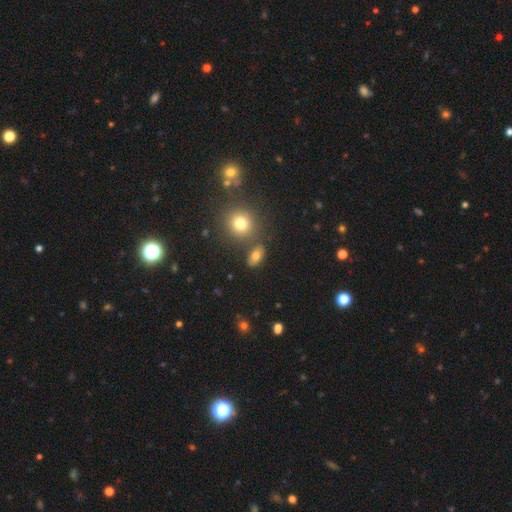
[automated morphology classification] smooth-or-featured: smooth: 74% | star or artifact: 14% | featured or disk: 12%
  how-rounded: in between: 77% | round: 18% | cigar-shaped: 5%
  merging: none: 77% | minor disturbance: 11% | merger: 8% | major disturbance: 4%